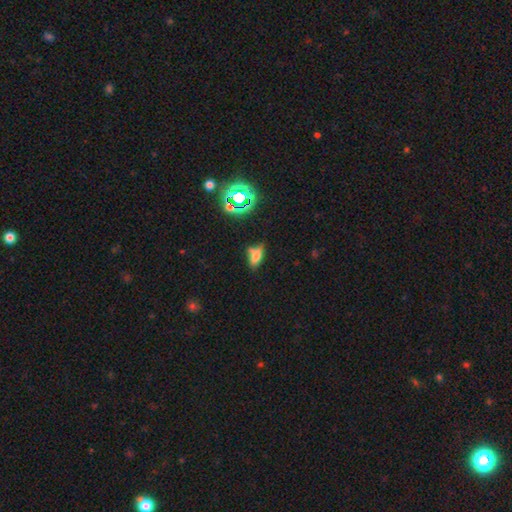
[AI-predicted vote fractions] The model was most divided on "merging": none: 46%, minor disturbance: 28%, merger: 14%, major disturbance: 12%. More confident: how rounded — in between (76%); smooth or featured — smooth (62%).